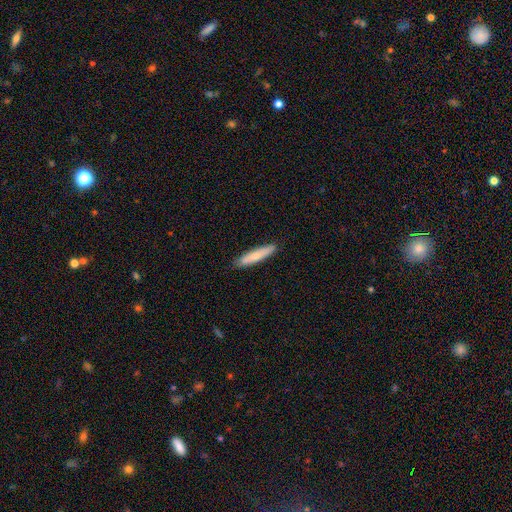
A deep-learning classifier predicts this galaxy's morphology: A smooth galaxy with no disk features (72%) that is cigar-shaped (88%).

Vote fractions:
- Smooth or featured? smooth: 72% / featured or disk: 23% / star or artifact: 5%
- How rounded? cigar-shaped: 88% / in between: 11% / round: 1%
- Merging? none: 88% / minor disturbance: 10% / major disturbance: 2% / merger: 1%